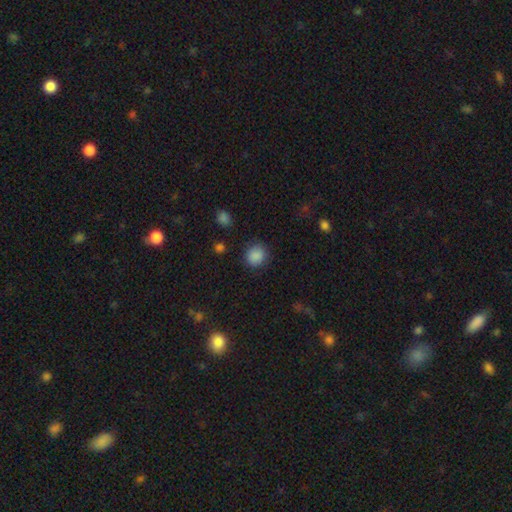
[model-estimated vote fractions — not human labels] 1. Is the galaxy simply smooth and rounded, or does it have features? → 88% smooth, 9% star or artifact, 3% featured or disk.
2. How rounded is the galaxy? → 84% round, 15% in between, 1% cigar-shaped.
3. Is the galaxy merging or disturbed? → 86% none, 9% minor disturbance, 3% major disturbance, 1% merger.